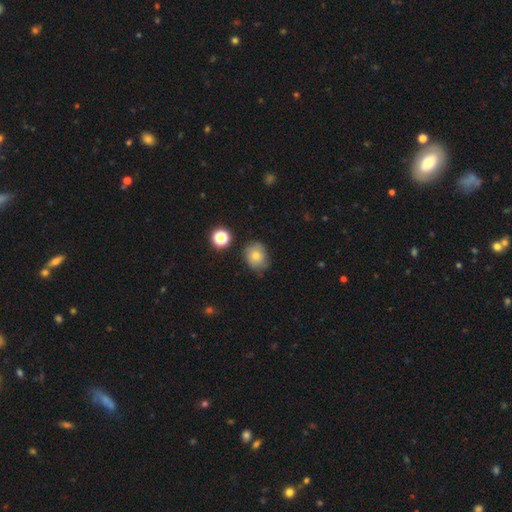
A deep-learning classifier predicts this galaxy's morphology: Smooth or featured: smooth — 75% (featured or disk — 13%)
How rounded: round — 64% (in between — 35%)
Merging: none — 72% (minor disturbance — 21%)